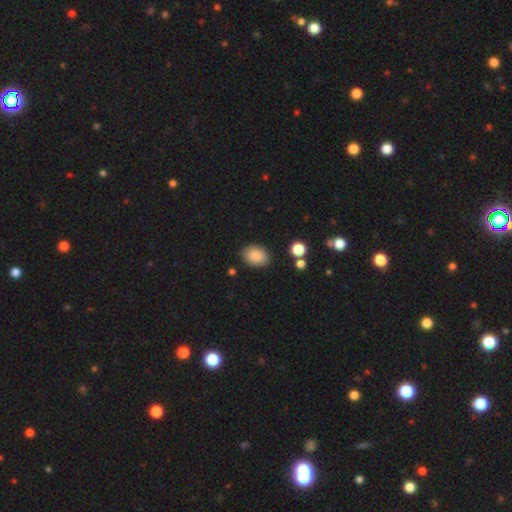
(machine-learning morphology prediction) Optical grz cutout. It shows a smooth galaxy with no disk features (87%) that is in between round and cigar-shaped (76%). Merging: none (86%).